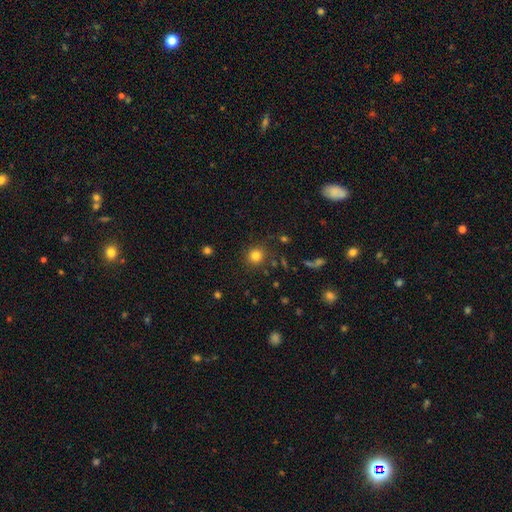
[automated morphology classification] A smooth galaxy with no disk features (81%) that is round (91%).

Vote fractions:
- Smooth or featured? smooth: 81% / star or artifact: 13% / featured or disk: 6%
- How rounded? round: 91% / in between: 8% / cigar-shaped: 1%
- Merging? none: 87% / minor disturbance: 8% / major disturbance: 3% / merger: 2%